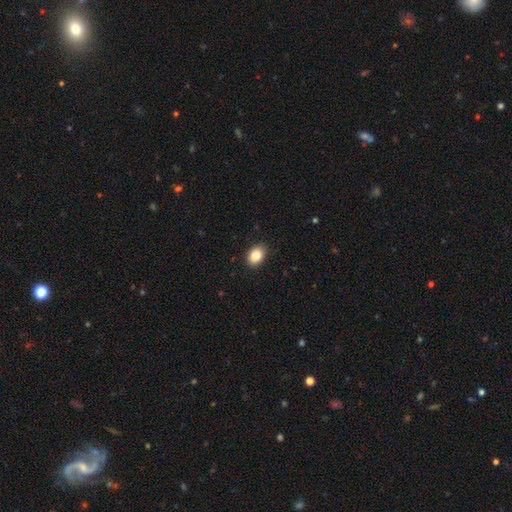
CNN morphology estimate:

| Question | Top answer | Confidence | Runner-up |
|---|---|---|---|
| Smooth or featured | smooth | 86% | star or artifact (8%) |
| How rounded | in between | 72% | round (27%) |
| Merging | none | 89% | minor disturbance (8%) |